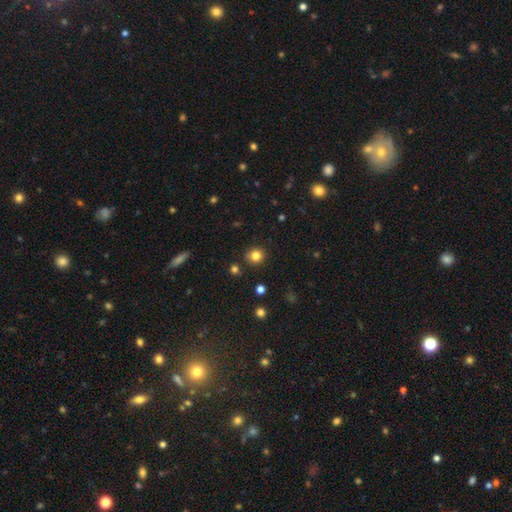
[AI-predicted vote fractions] smooth_or_featured: smooth (p=0.82) [alt: star or artifact p=0.12]
how_rounded: round (p=0.88) [alt: in between p=0.11]
merging: none (p=0.88) [alt: minor disturbance p=0.07]